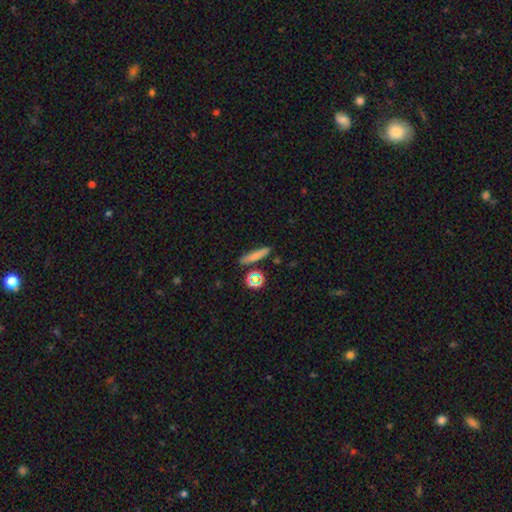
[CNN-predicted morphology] smooth-or-featured: smooth: 70% | featured or disk: 16% | star or artifact: 14%
  how-rounded: cigar-shaped: 76% | in between: 16% | round: 7%
  merging: none: 81% | minor disturbance: 11% | merger: 5% | major disturbance: 3%